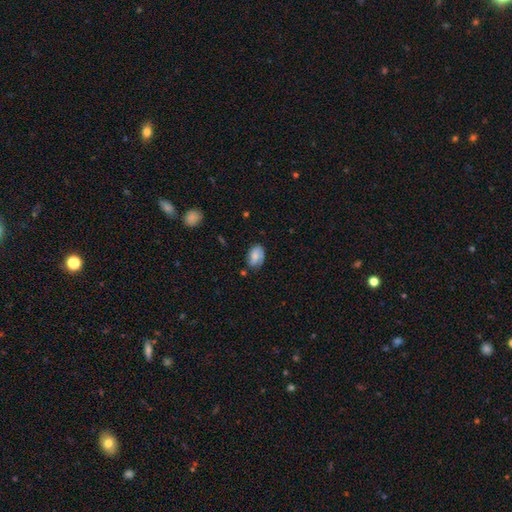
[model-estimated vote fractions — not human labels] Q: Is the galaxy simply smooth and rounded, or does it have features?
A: smooth — 53%.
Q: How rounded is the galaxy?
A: in between — 83%.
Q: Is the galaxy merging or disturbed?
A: none — 61%.